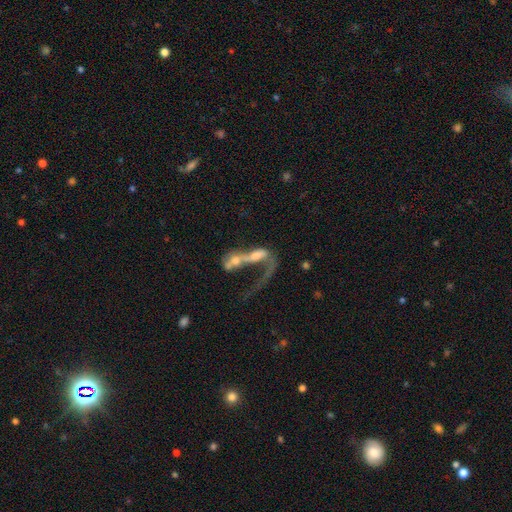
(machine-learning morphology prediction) Q: Smooth or featured?
A: featured or disk (59%); runner-up: smooth (30%)
Q: Edge-on disk?
A: no (86%); runner-up: yes (14%)
Q: Bar?
A: no (62%); runner-up: weak (24%)
Q: Spiral arms?
A: no (52%); runner-up: yes (48%)
Q: Bulge size?
A: moderate (34%); runner-up: none (25%)
Q: Merging?
A: merger (64%); runner-up: major disturbance (21%)